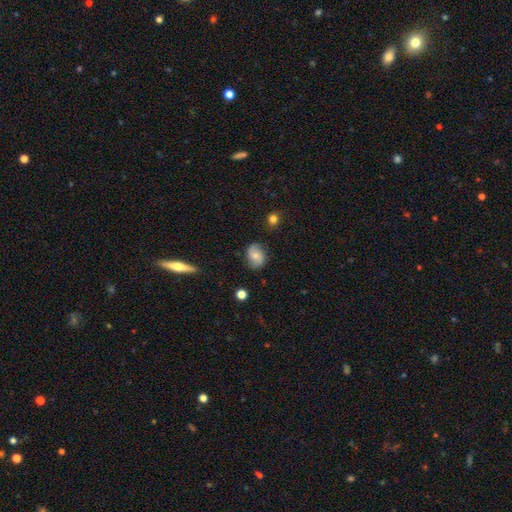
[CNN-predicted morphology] Smooth or featured?
  - smooth: 58% *
  - featured or disk: 33%
  - star or artifact: 9%
How rounded?
  - in between: 67% *
  - round: 32%
  - cigar-shaped: 2%
Merging?
  - none: 77% *
  - minor disturbance: 18%
  - major disturbance: 4%
  - merger: 2%